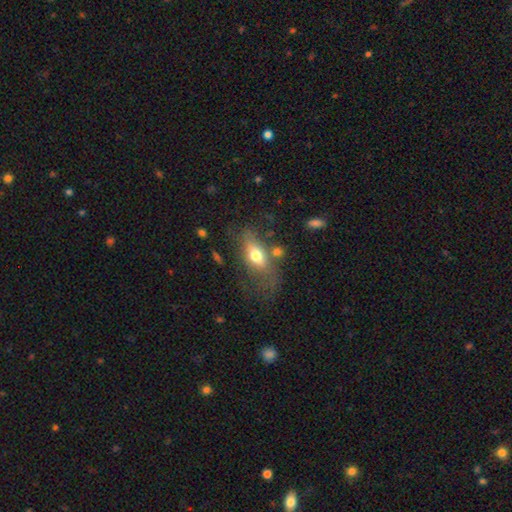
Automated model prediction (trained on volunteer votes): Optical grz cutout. It shows a smooth galaxy with no disk features (52%) that is in between round and cigar-shaped (76%). Merging: none (51%).